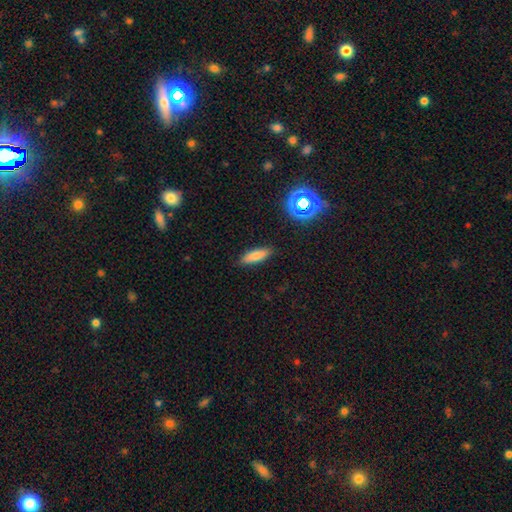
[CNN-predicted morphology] Smooth or featured: smooth — 79% (star or artifact — 10%)
How rounded: cigar-shaped — 53% (in between — 45%)
Merging: none — 86% (minor disturbance — 10%)